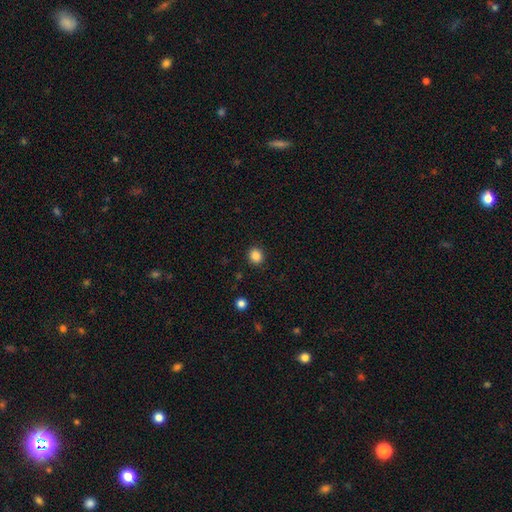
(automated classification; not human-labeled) smooth_or_featured: smooth (p=0.86) [alt: star or artifact p=0.11]
how_rounded: round (p=0.83) [alt: in between p=0.16]
merging: none (p=0.91) [alt: minor disturbance p=0.06]